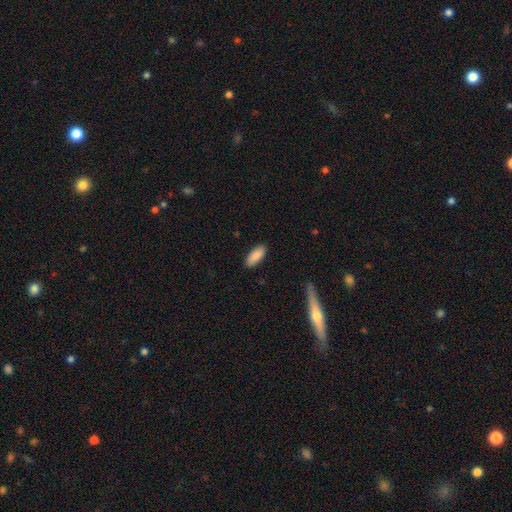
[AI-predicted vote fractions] This is clearly a smooth galaxy (89%). How rounded: clearly in between (80%). Merging: clearly none (88%).